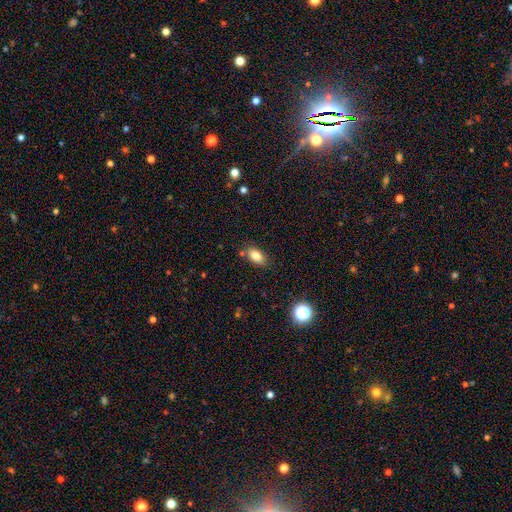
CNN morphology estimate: smooth-or-featured: smooth: 82% | star or artifact: 10% | featured or disk: 8%
  how-rounded: in between: 89% | round: 7% | cigar-shaped: 4%
  merging: none: 81% | minor disturbance: 13% | merger: 4% | major disturbance: 3%